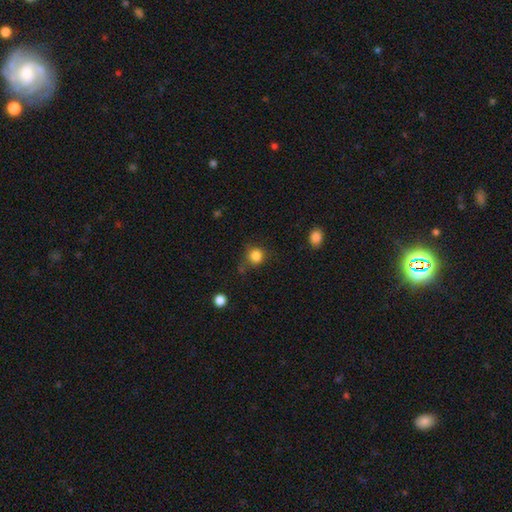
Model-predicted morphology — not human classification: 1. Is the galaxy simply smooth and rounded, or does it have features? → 84% smooth, 12% star or artifact, 4% featured or disk.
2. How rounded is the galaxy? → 89% round, 10% in between, 1% cigar-shaped.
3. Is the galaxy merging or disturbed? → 72% none, 18% minor disturbance, 6% major disturbance, 4% merger.